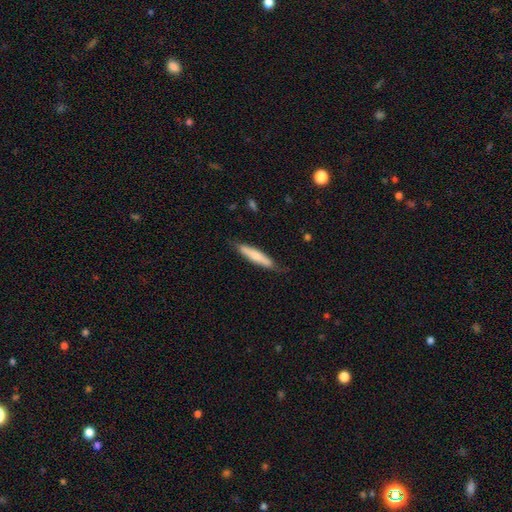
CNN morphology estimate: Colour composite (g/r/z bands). It shows a smooth galaxy with no disk features (68%) that is cigar-shaped (87%). Merging: none (79%).